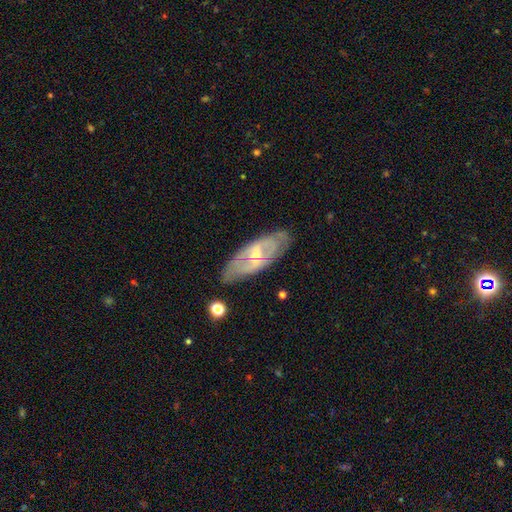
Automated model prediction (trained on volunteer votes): The model was most divided on "bar": weak: 42%, strong: 29%, no: 28%. More confident: edge-on disk — no (83%); merging — none (73%); smooth or featured — featured or disk (70%); bulge size — small (62%); spiral arms — yes (59%).